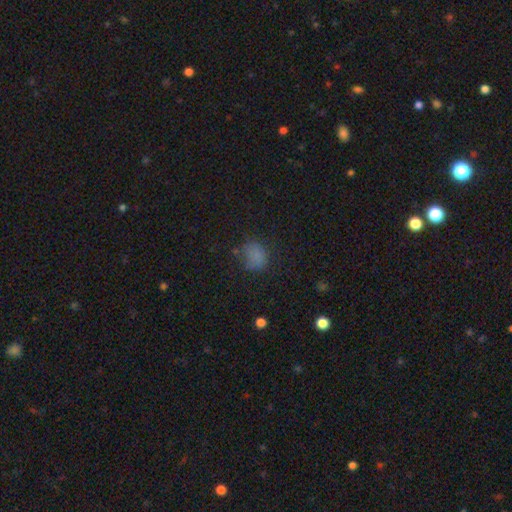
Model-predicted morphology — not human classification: smooth-or-featured: smooth: 75% | star or artifact: 17% | featured or disk: 8%
  how-rounded: round: 63% | in between: 36% | cigar-shaped: 1%
  merging: none: 65% | minor disturbance: 22% | major disturbance: 10% | merger: 3%